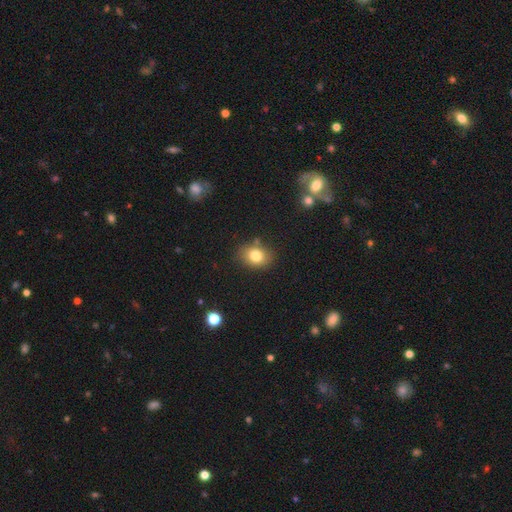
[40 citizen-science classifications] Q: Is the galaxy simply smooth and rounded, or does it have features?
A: smooth — 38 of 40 (95%).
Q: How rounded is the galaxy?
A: in between — 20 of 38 (53%).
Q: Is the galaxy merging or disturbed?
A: none — 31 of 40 (78%).